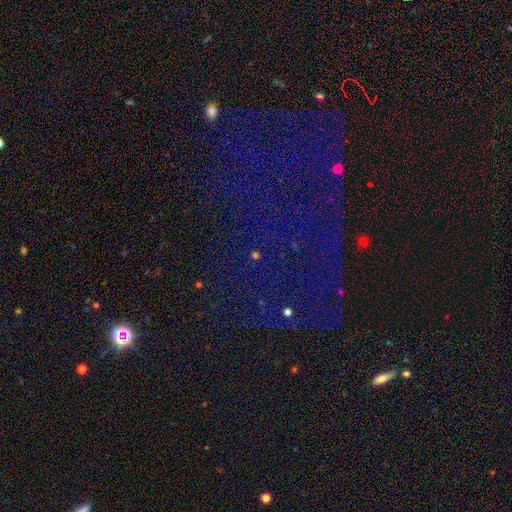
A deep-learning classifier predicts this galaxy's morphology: Smooth or featured: star or artifact — 77% (smooth — 14%)